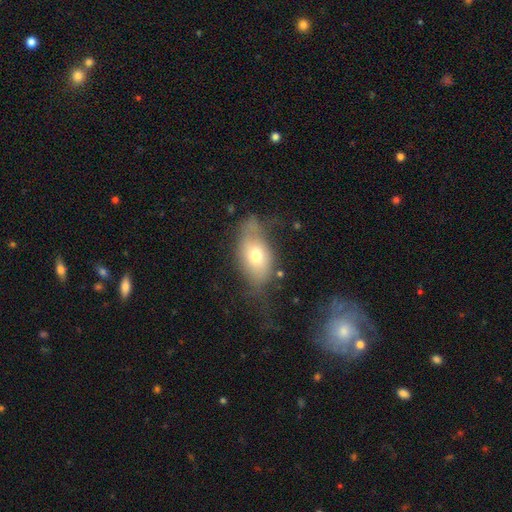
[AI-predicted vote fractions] The model was most divided on "merging": none: 39%, minor disturbance: 30%, major disturbance: 27%, merger: 4%. More confident: how rounded — in between (85%); smooth or featured — smooth (64%).